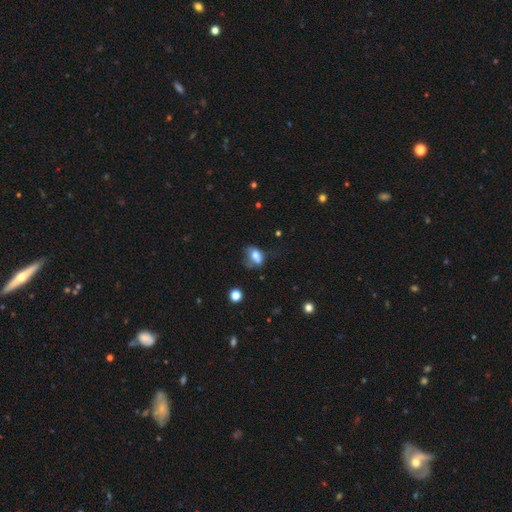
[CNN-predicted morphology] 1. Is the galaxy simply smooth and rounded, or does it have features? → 67% smooth, 22% featured or disk, 11% star or artifact.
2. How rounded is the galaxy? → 79% in between, 18% round, 3% cigar-shaped.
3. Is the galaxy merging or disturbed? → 32% none (tied), 32% minor disturbance (tied), 30% major disturbance, 6% merger.